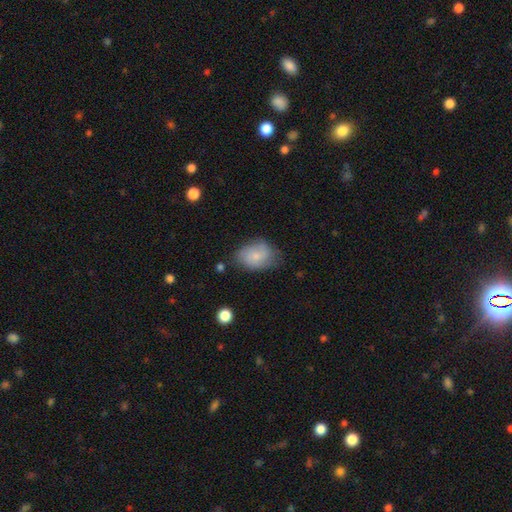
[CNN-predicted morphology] Smooth or featured?
  - smooth: 72% *
  - featured or disk: 20%
  - star or artifact: 7%
How rounded?
  - in between: 77% *
  - round: 22%
  - cigar-shaped: 1%
Merging?
  - none: 61% *
  - minor disturbance: 28%
  - major disturbance: 8%
  - merger: 3%